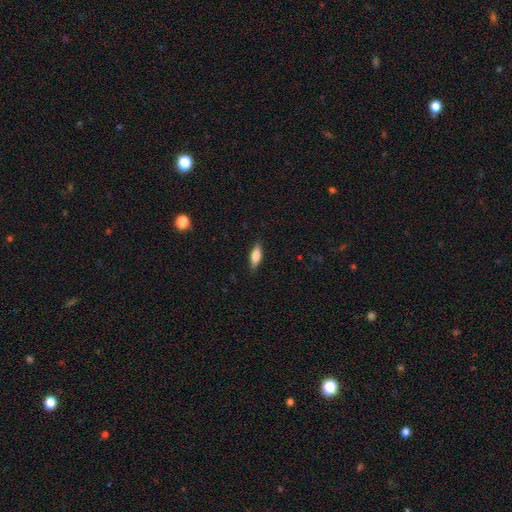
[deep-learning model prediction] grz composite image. It shows a smooth galaxy with no disk features (77%) that is in between round and cigar-shaped (66%). Merging: none (87%).